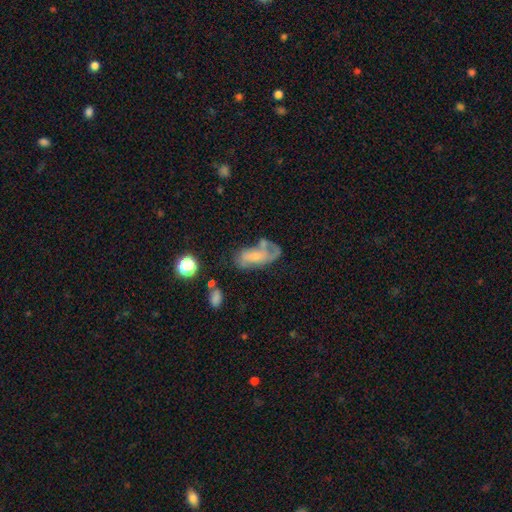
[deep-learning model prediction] This appears to be a featured or disk galaxy (56%) with no bar (59%), spiral arms (70%) and a small central bulge (46%). Merging: none (36%).